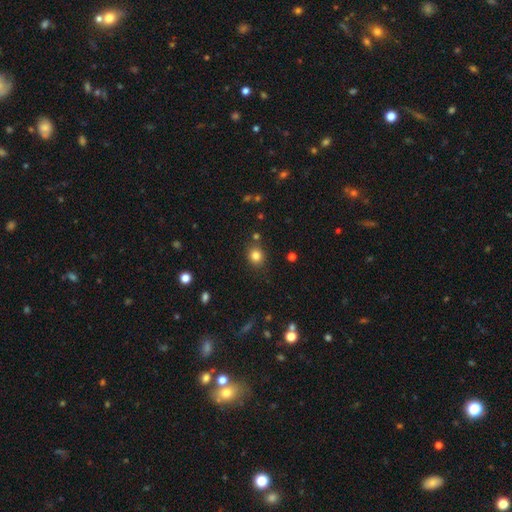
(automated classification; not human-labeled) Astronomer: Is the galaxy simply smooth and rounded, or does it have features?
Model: smooth — 82%.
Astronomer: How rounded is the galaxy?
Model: round — 78%.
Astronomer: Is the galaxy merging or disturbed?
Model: none — 83%.